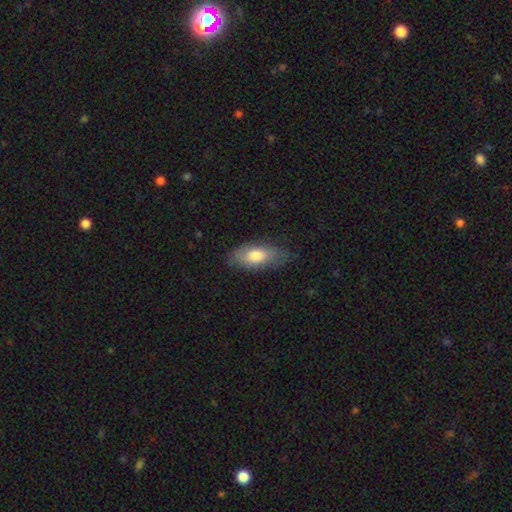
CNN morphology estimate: A smooth galaxy with no disk features (73%) that is in between round and cigar-shaped (85%).

Vote fractions:
- Smooth or featured? smooth: 73% / featured or disk: 21% / star or artifact: 6%
- How rounded? in between: 85% / cigar-shaped: 12% / round: 3%
- Merging? none: 72% / minor disturbance: 21% / major disturbance: 6% / merger: 1%